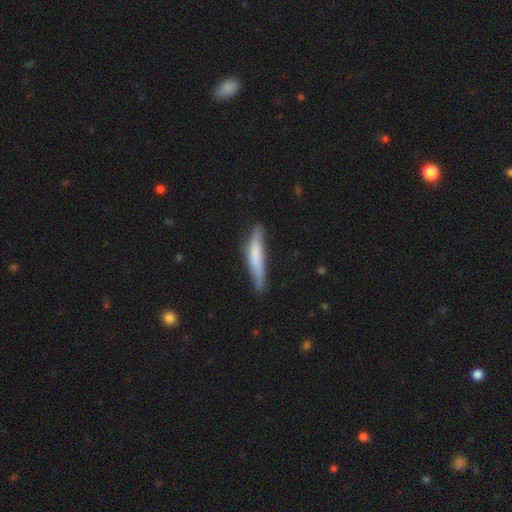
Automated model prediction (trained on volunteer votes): Smooth or featured: smooth — 65% (featured or disk — 29%)
How rounded: cigar-shaped — 90% (in between — 8%)
Merging: none — 69% (minor disturbance — 24%)